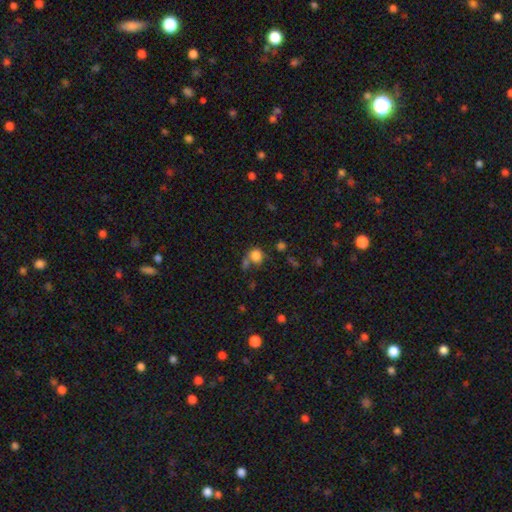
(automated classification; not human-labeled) A smooth galaxy with no disk features (80%) that is round (78%). Merging: none (49%).